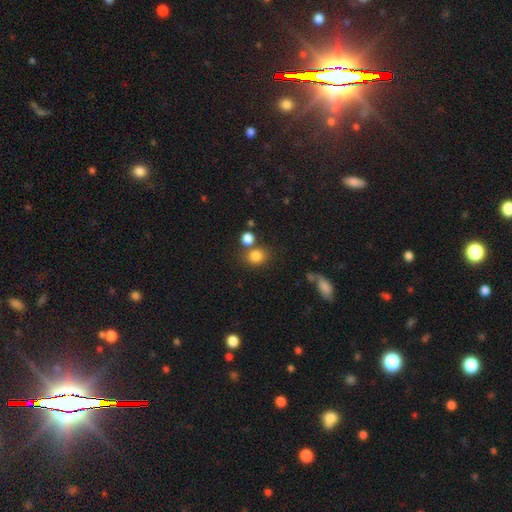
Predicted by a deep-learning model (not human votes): smooth 82%, star or artifact 12%, featured or disk 6%. Down the decision tree: how rounded — round (75%); merging — none (64%).